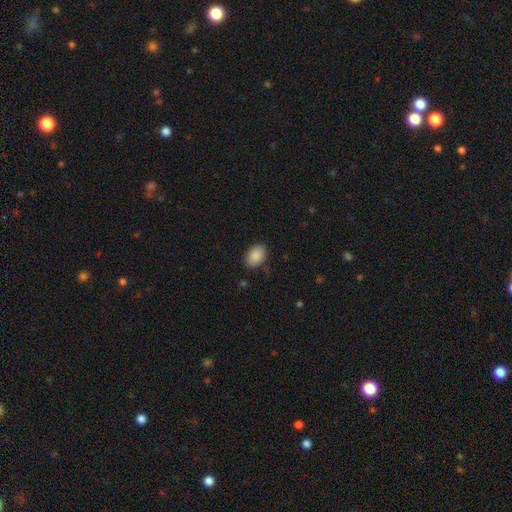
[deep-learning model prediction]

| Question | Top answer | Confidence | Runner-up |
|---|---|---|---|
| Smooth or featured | smooth | 89% | star or artifact (7%) |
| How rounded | in between | 84% | round (15%) |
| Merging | none | 84% | minor disturbance (12%) |